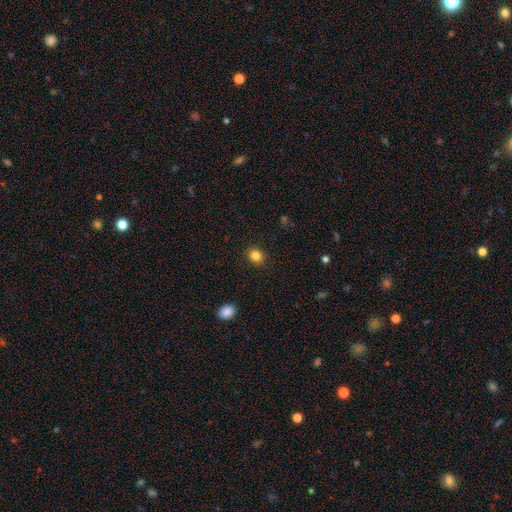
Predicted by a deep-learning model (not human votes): The model was most divided on "how rounded": round: 66%, in between: 33%, cigar-shaped: 1%. More confident: merging — none (90%); smooth or featured — smooth (85%).